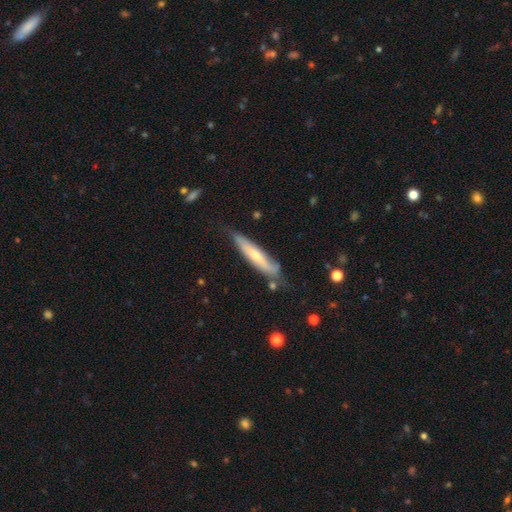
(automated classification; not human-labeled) A featured or disk galaxy (50%) viewed edge-on (66%).

Vote fractions:
- Smooth or featured? featured or disk: 50% / smooth: 44% / star or artifact: 6%
- Edge-on disk? yes: 66% / no: 34%
- Merging? none: 61% / minor disturbance: 28% / major disturbance: 7% / merger: 4%